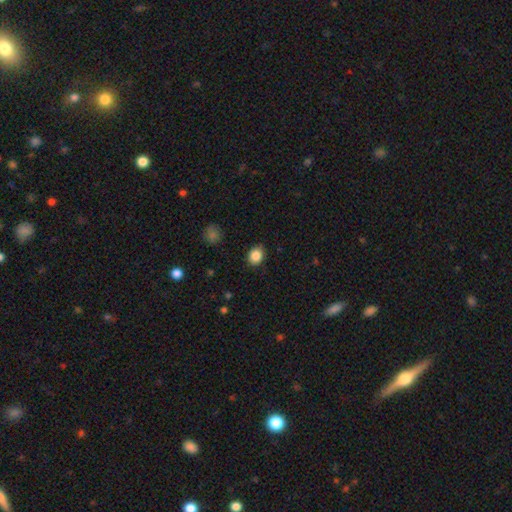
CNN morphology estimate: Overall: smooth (87%). How rounded: round (55%; in between 44%). Merging: none (87%).